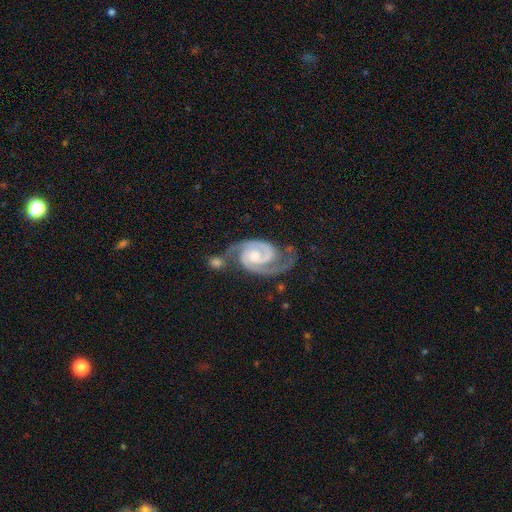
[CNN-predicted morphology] smooth-or-featured: featured or disk: 93% | star or artifact: 4% | smooth: 4%
  disk-edge-on: no: 98% | yes: 2%
    bar: no: 57% | weak: 34% | strong: 10%
    has-spiral-arms: yes: 99% | no: 1%
      spiral-winding: tight: 49% | medium: 44% | loose: 7%
      spiral-arm-count: 2: 92% | 3: 3% | can't tell: 2% | 1: 2% | 4: 1% | more than 4: 1%
    bulge-size: moderate: 53% | small: 40% | large: 3% | none: 3% | dominant: 1%
  merging: none: 55% | minor disturbance: 21% | merger: 13% | major disturbance: 11%